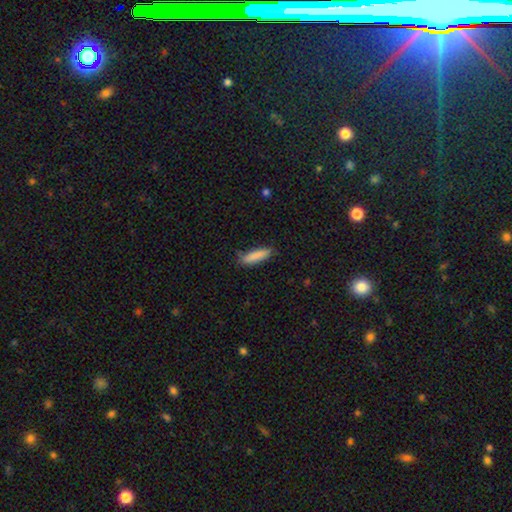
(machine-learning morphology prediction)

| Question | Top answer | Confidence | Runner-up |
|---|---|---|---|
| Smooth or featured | smooth | 87% | featured or disk (7%) |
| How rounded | cigar-shaped | 68% | in between (30%) |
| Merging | none | 78% | minor disturbance (17%) |